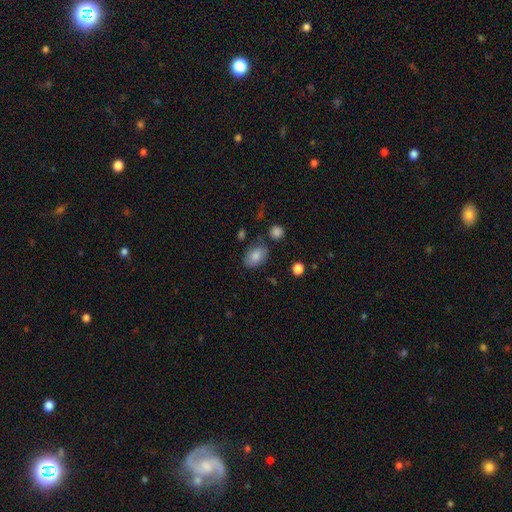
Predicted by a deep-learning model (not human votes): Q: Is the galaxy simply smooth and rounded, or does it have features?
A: smooth — 81%.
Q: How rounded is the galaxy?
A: in between — 83%.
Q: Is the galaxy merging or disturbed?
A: none — 74%.